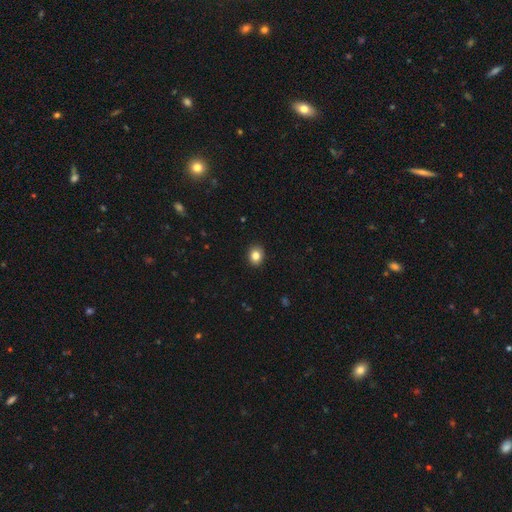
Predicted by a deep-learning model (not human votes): A smooth galaxy with no disk features (84%) that is round (58%).

Vote fractions:
- Smooth or featured? smooth: 84% / star or artifact: 10% / featured or disk: 6%
- How rounded? round: 58% / in between: 41% / cigar-shaped: 1%
- Merging? none: 91% / minor disturbance: 6% / major disturbance: 2% / merger: 1%